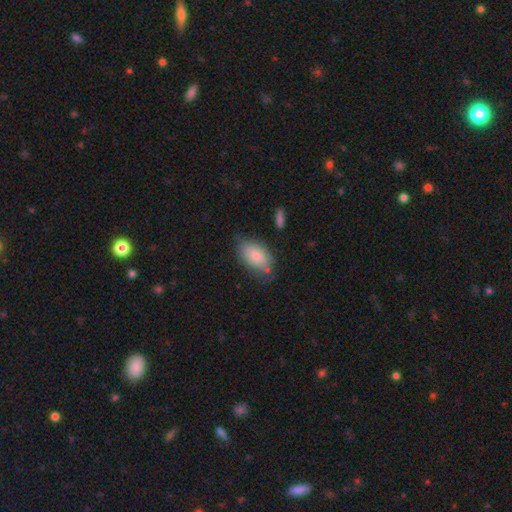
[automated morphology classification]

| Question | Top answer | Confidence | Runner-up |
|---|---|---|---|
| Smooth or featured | smooth | 83% | featured or disk (11%) |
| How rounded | in between | 92% | round (5%) |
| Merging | none | 63% | minor disturbance (25%) |